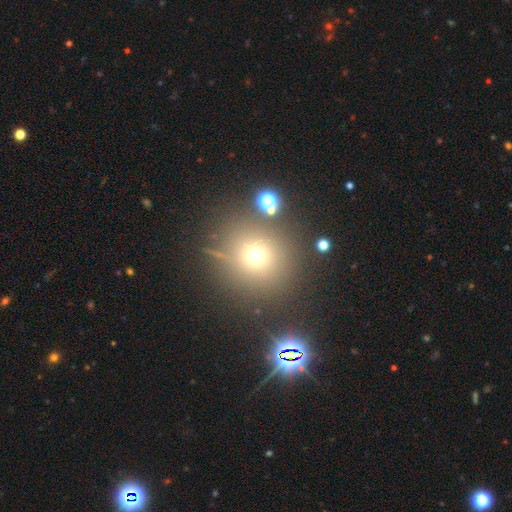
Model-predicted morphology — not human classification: type=smooth (63%); roundness=round (92%); merging=none (81%).